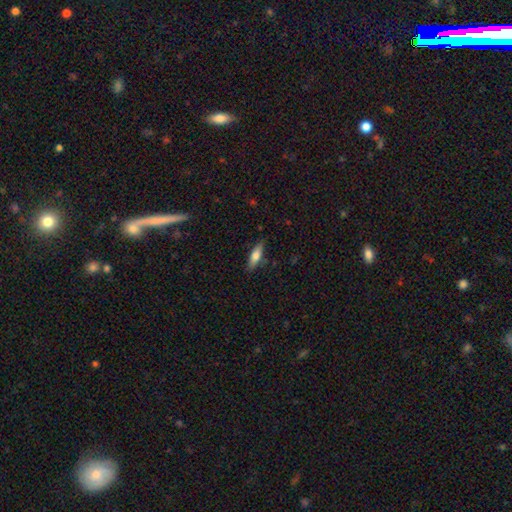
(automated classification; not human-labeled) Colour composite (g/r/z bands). It shows a smooth galaxy with no disk features (66%) that is cigar-shaped (54%). Merging: none (82%).